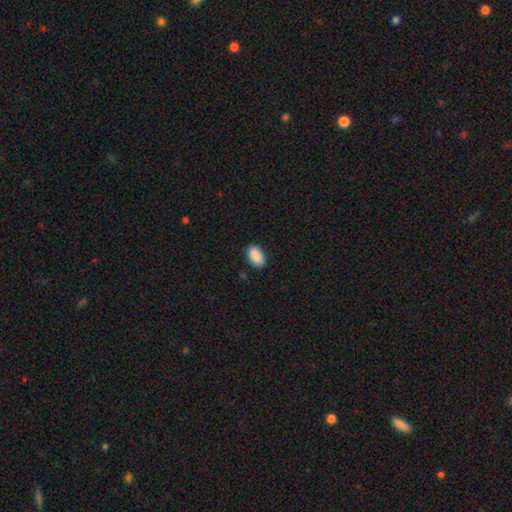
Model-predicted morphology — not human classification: Smooth or featured: smooth — 91% (star or artifact — 7%)
How rounded: in between — 94% (round — 5%)
Merging: none — 89% (minor disturbance — 8%)